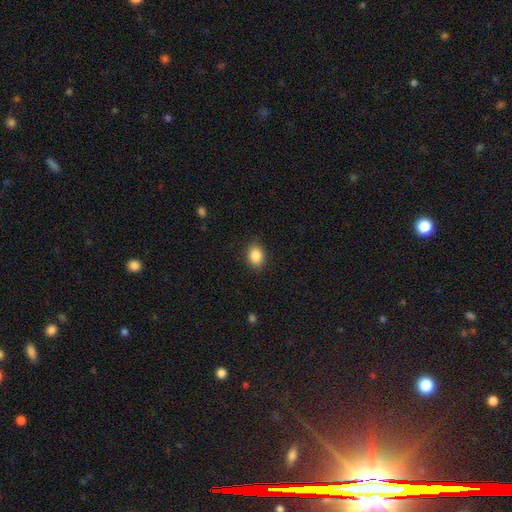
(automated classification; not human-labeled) Smooth or featured?
  - smooth: 87% *
  - star or artifact: 8%
  - featured or disk: 4%
How rounded?
  - in between: 66% *
  - round: 33%
  - cigar-shaped: 1%
Merging?
  - none: 88% *
  - minor disturbance: 9%
  - major disturbance: 2%
  - merger: 1%